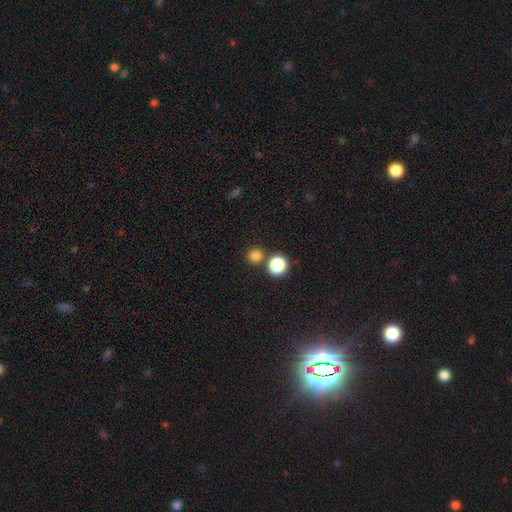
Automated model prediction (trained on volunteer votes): This is clearly a smooth galaxy (81%). How rounded: clearly round (90%). Merging: likely none (73%).